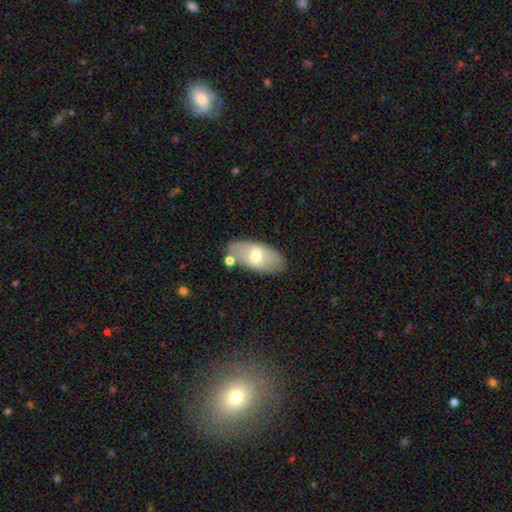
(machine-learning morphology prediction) Smooth or featured: smooth — 57% (featured or disk — 37%)
How rounded: in between — 90% (cigar-shaped — 6%)
Merging: none — 72% (minor disturbance — 15%)